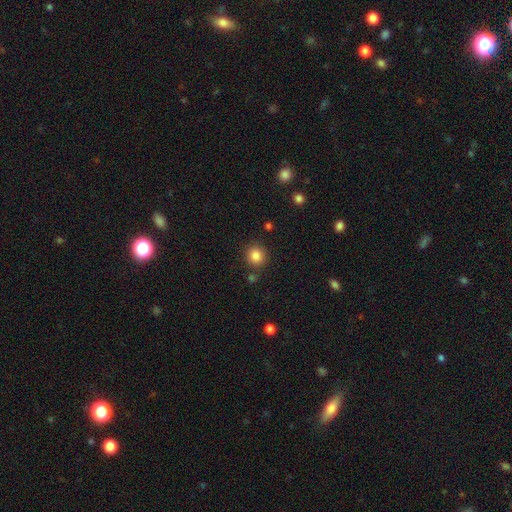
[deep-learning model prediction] Q: Smooth or featured?
A: smooth (85%); runner-up: star or artifact (11%)
Q: How rounded?
A: round (89%); runner-up: in between (10%)
Q: Merging?
A: none (86%); runner-up: minor disturbance (8%)